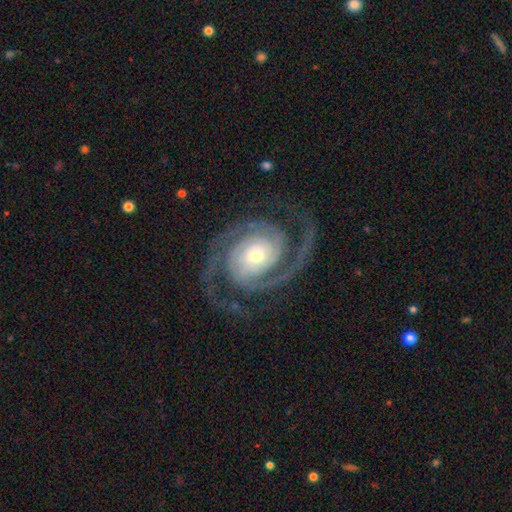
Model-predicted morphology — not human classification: smooth_or_featured: featured or disk (p=0.93) [alt: star or artifact p=0.04]
disk_edge_on: no (p=0.98) [alt: yes p=0.02]
bar: no (p=0.64) [alt: weak p=0.21]
has_spiral_arms: yes (p=0.99) [alt: no p=0.01]
spiral_winding: tight (p=0.57) [alt: medium p=0.37]
spiral_arm_count: 2 (p=0.86) [alt: 3 p=0.06]
bulge_size: small (p=0.53) [alt: moderate p=0.39]
merging: none (p=0.78) [alt: minor disturbance p=0.12]